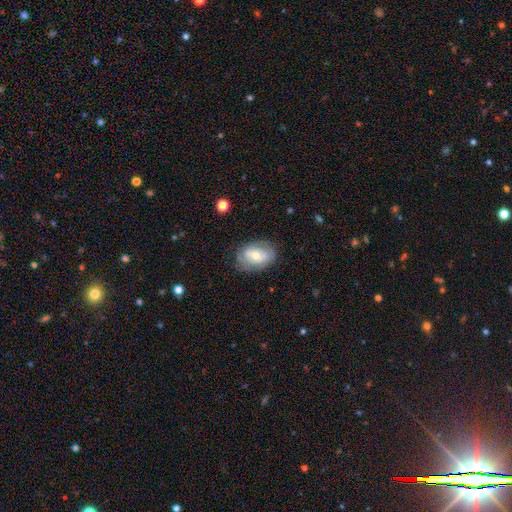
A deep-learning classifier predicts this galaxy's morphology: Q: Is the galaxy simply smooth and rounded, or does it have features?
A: featured or disk — 51%.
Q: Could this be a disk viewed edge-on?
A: no — 93%.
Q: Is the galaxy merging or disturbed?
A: none — 72%.